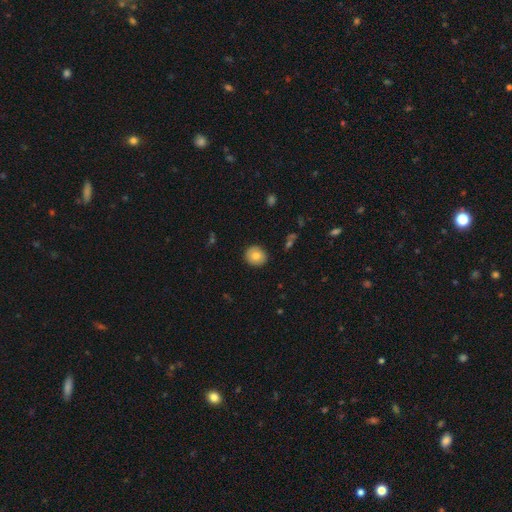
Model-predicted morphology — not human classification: Smooth or featured? smooth (75%)
How rounded? round (87%)
Merging? none (90%)